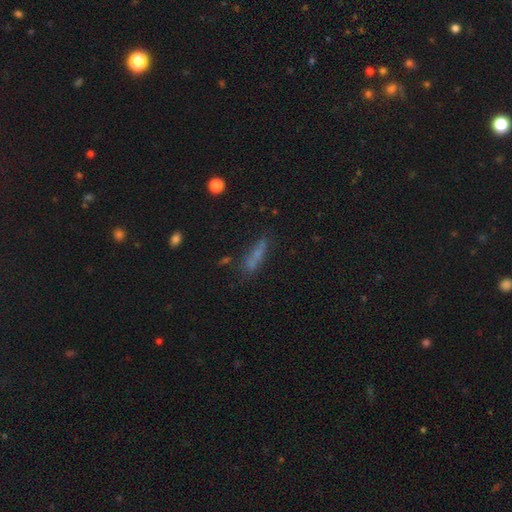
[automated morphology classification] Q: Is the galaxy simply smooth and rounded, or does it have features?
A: smooth — 58%.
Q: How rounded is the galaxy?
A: cigar-shaped — 68%.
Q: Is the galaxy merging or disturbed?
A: none — 59%.